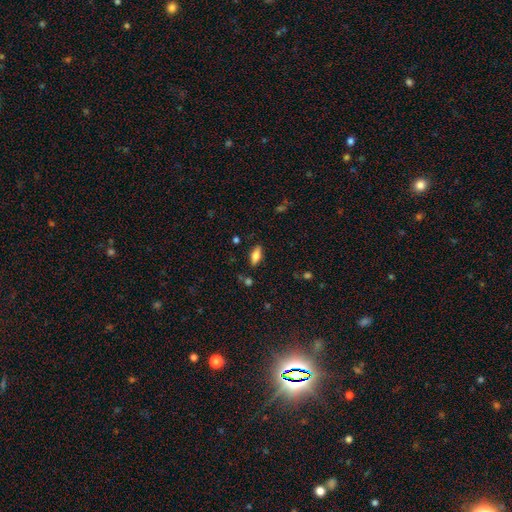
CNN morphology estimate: Smooth or featured: smooth — 75% (featured or disk — 18%)
How rounded: in between — 81% (cigar-shaped — 16%)
Merging: none — 84% (minor disturbance — 11%)